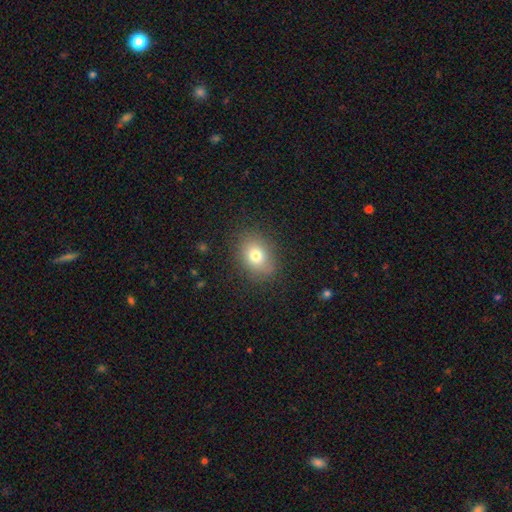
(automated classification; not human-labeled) A smooth galaxy with no disk features (77%) that is in between round and cigar-shaped (63%).

Vote fractions:
- Smooth or featured? smooth: 77% / star or artifact: 12% / featured or disk: 11%
- How rounded? in between: 63% / round: 36% / cigar-shaped: 1%
- Merging? none: 83% / minor disturbance: 11% / major disturbance: 4% / merger: 1%